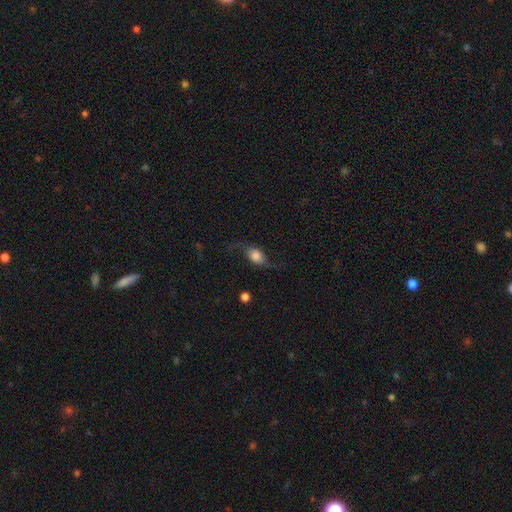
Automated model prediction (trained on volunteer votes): This appears to be a featured or disk galaxy (57%). Merging: none (62%).